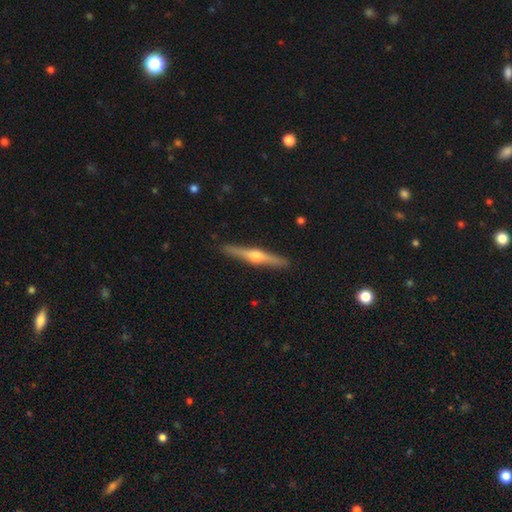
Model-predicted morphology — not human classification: This appears to be a featured or disk galaxy (75%) viewed edge-on (98%) with a rounded central bulge (93%). Merging: none (92%).